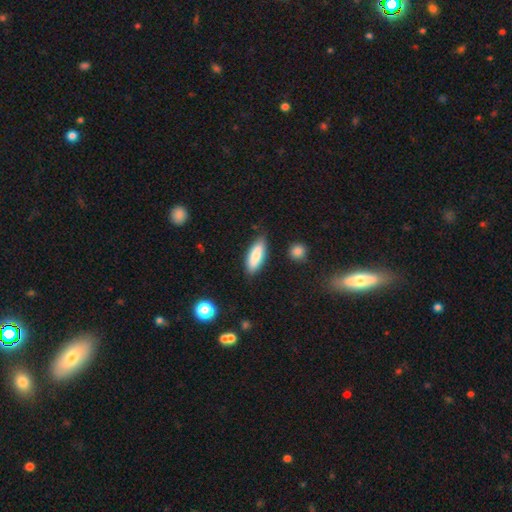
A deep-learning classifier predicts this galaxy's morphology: This is clearly a smooth galaxy (84%). How rounded: likely in between (68%). Merging: clearly none (80%).